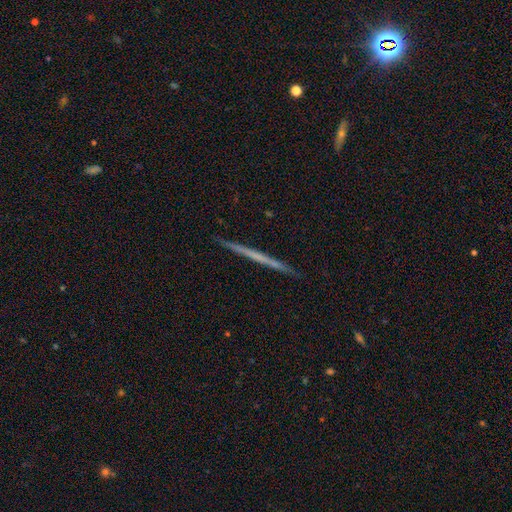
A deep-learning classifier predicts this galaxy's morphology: Q: Smooth or featured?
A: featured or disk (58%); runner-up: smooth (36%)
Q: Edge-on disk?
A: yes (98%); runner-up: no (2%)
Q: Edge-on bulge?
A: none (93%); runner-up: rounded (5%)
Q: Merging?
A: none (92%); runner-up: minor disturbance (6%)